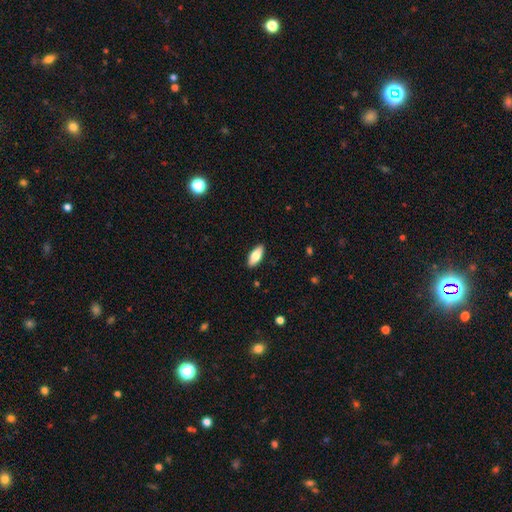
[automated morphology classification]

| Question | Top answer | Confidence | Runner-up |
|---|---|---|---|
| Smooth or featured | smooth | 73% | featured or disk (21%) |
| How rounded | in between | 77% | cigar-shaped (21%) |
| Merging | none | 89% | minor disturbance (8%) |